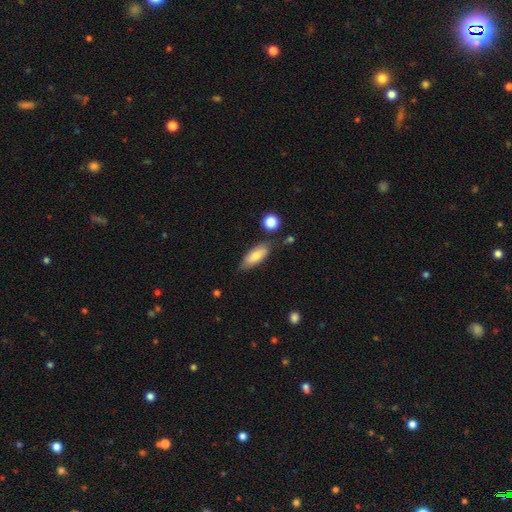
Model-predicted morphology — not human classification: smooth_or_featured: smooth (p=0.74) [alt: featured or disk p=0.20]
how_rounded: in between (p=0.71) [alt: cigar-shaped p=0.26]
merging: none (p=0.69) [alt: minor disturbance p=0.21]